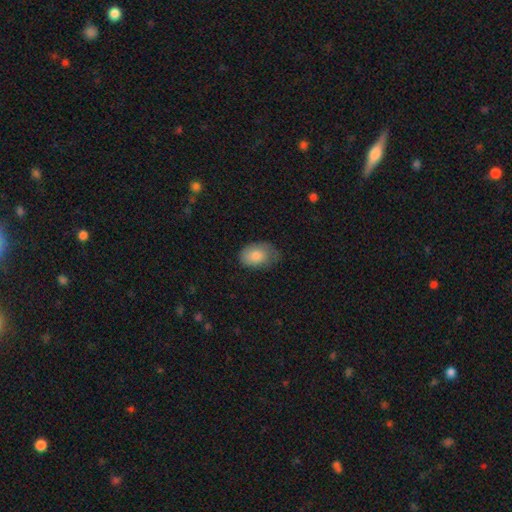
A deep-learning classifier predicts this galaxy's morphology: smooth 83%, featured or disk 10%, star or artifact 7%. Down the decision tree: how rounded — in between (84%); merging — none (50%).